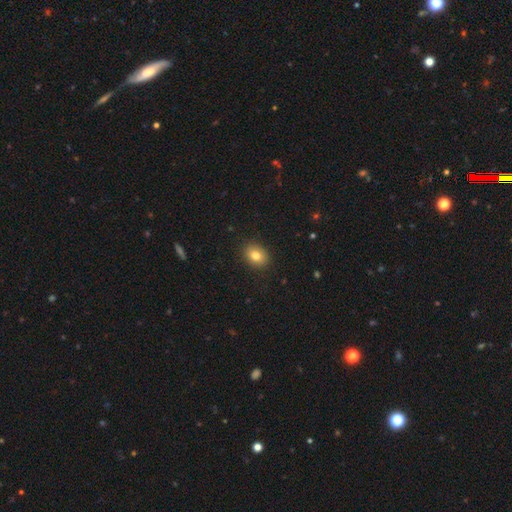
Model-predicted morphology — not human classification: Smooth or featured? Predicted: smooth (p=0.80). How rounded? Predicted: in between (p=0.58). Merging? Predicted: none (p=0.89).